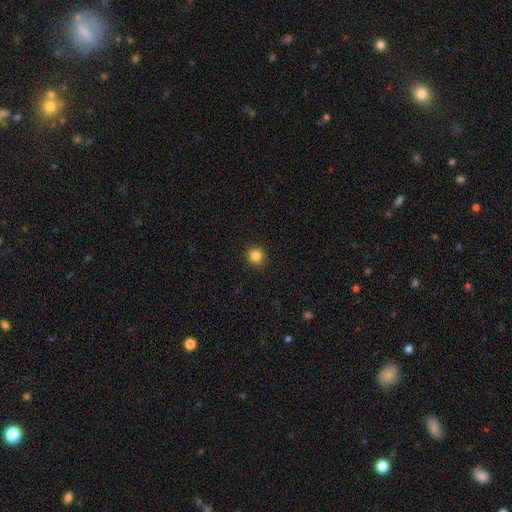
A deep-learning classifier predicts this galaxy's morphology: Smooth or featured? Predicted: smooth (p=0.85). How rounded? Predicted: round (p=0.94). Merging? Predicted: none (p=0.92).